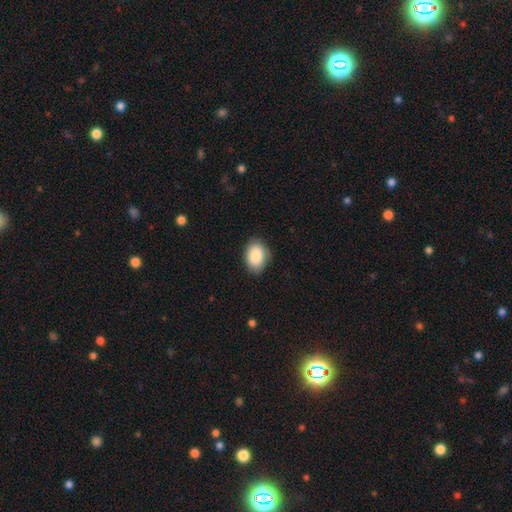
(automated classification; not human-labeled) Morphology: type=smooth (88%); roundness=in between (82%); merging=none (81%).